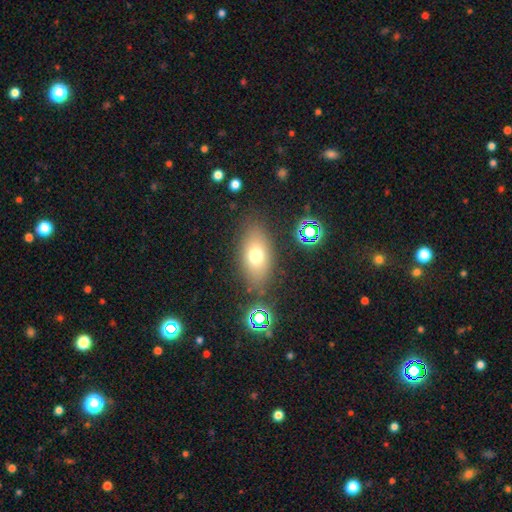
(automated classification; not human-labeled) This is likely a smooth galaxy (69%). How rounded: clearly in between (83%). Merging: clearly none (81%).